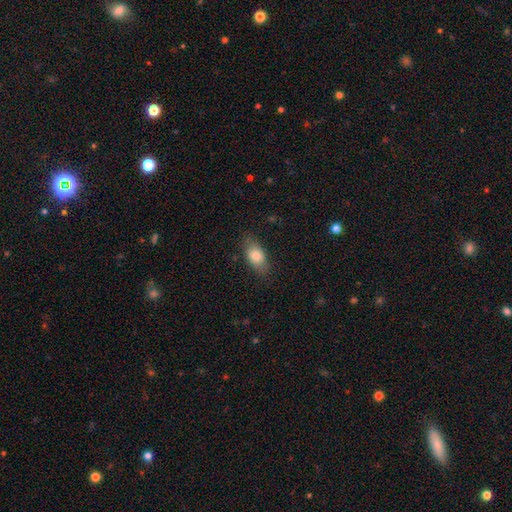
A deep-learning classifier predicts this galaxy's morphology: smooth 80%, featured or disk 12%, star or artifact 7%. Down the decision tree: how rounded — in between (86%); merging — none (79%).